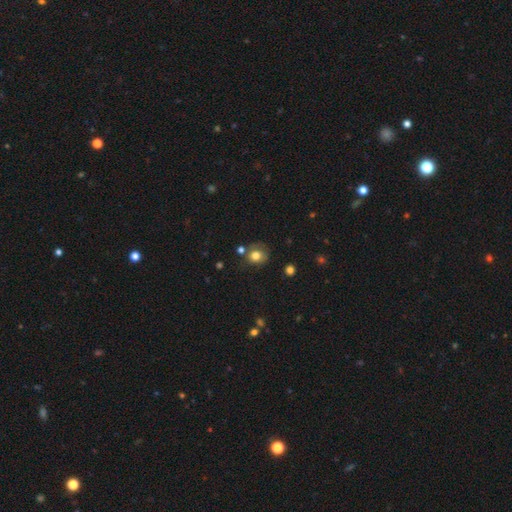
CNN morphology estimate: A smooth galaxy with no disk features (75%) that is round (72%).

Vote fractions:
- Smooth or featured? smooth: 75% / featured or disk: 14% / star or artifact: 11%
- How rounded? round: 72% / in between: 28% / cigar-shaped: 1%
- Merging? none: 60% / minor disturbance: 23% / major disturbance: 9% / merger: 8%